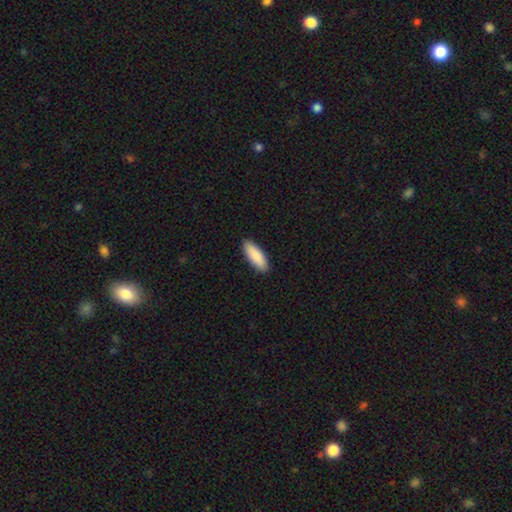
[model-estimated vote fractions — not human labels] This appears to be a smooth galaxy with no disk features (90%) that is in between round and cigar-shaped (64%). Merging: none (90%).